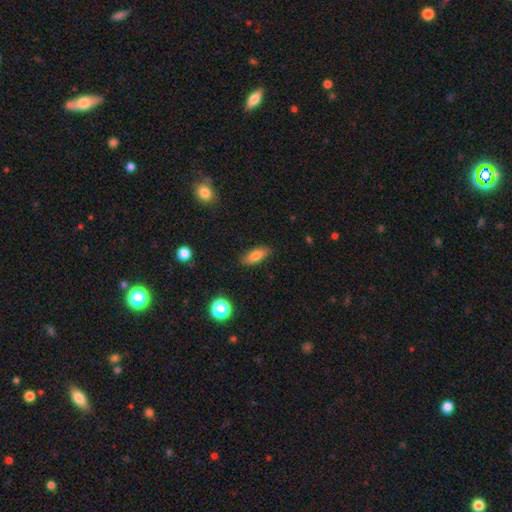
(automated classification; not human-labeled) Smooth or featured?
  - smooth: 78% *
  - featured or disk: 14%
  - star or artifact: 8%
How rounded?
  - in between: 75% *
  - cigar-shaped: 21%
  - round: 4%
Merging?
  - none: 85% *
  - minor disturbance: 11%
  - major disturbance: 2%
  - merger: 1%